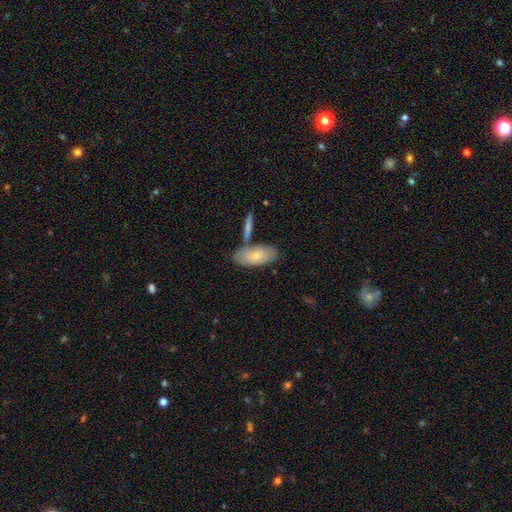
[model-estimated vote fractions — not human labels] A smooth galaxy with no disk features (69%) that is in between round and cigar-shaped (88%).

Vote fractions:
- Smooth or featured? smooth: 69% / featured or disk: 26% / star or artifact: 5%
- How rounded? in between: 88% / cigar-shaped: 9% / round: 3%
- Merging? none: 63% / merger: 18% / minor disturbance: 15% / major disturbance: 4%